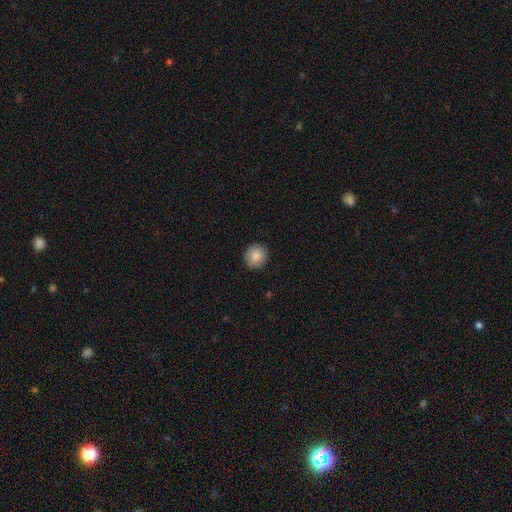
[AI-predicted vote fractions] Q: Smooth or featured?
A: smooth (88%); runner-up: star or artifact (8%)
Q: How rounded?
A: round (92%); runner-up: in between (7%)
Q: Merging?
A: none (90%); runner-up: minor disturbance (7%)